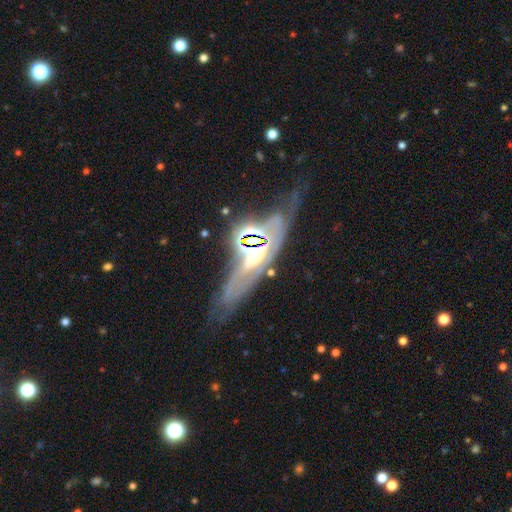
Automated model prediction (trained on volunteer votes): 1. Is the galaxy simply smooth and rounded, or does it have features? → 69% featured or disk, 17% star or artifact, 14% smooth.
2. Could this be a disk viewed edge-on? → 57% no, 43% yes.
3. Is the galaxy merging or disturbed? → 54% none, 23% minor disturbance, 17% major disturbance, 6% merger.